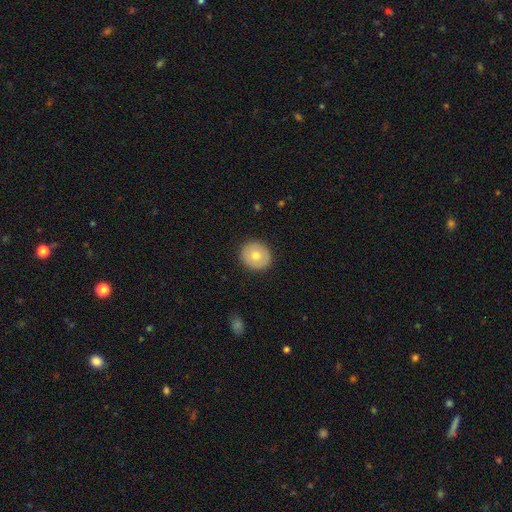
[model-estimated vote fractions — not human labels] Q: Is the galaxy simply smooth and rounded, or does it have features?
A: smooth — 70%.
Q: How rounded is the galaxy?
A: round — 90%.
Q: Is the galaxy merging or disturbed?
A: none — 92%.